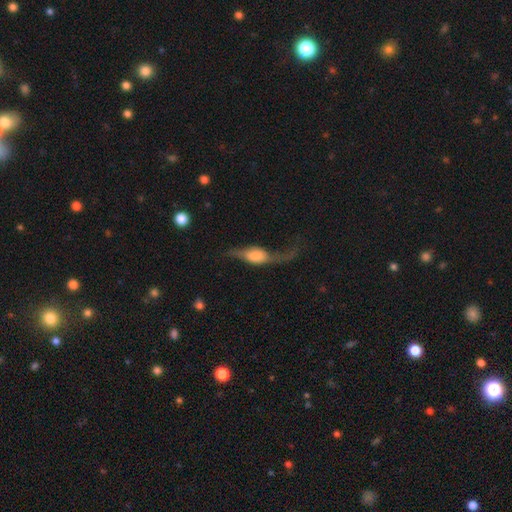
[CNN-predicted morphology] The model was most divided on "edge-on disk": yes: 52%, no: 48%. Remaining: smooth or featured — featured or disk (58%); merging — major disturbance (38%).